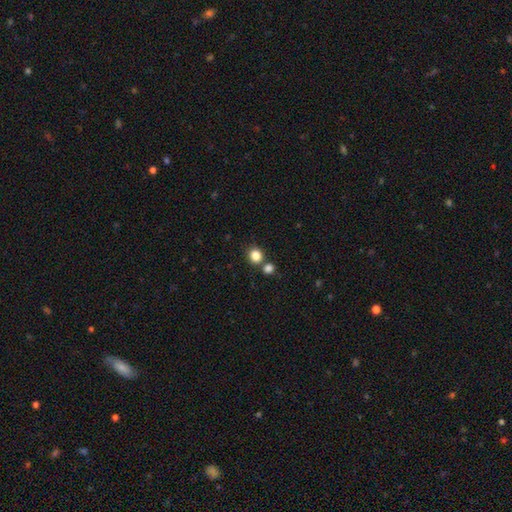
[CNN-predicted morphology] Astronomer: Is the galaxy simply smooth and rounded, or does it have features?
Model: smooth — 84%.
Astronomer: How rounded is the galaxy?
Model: round — 78%.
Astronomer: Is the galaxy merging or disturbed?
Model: none — 68%.